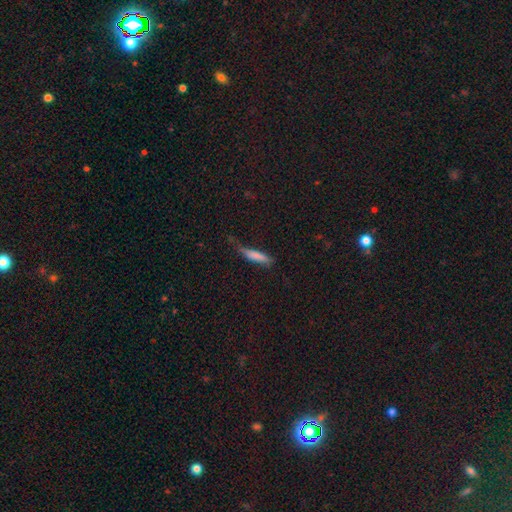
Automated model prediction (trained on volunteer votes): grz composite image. It shows a smooth galaxy with no disk features (78%) that is cigar-shaped (82%). Merging: none (58%).